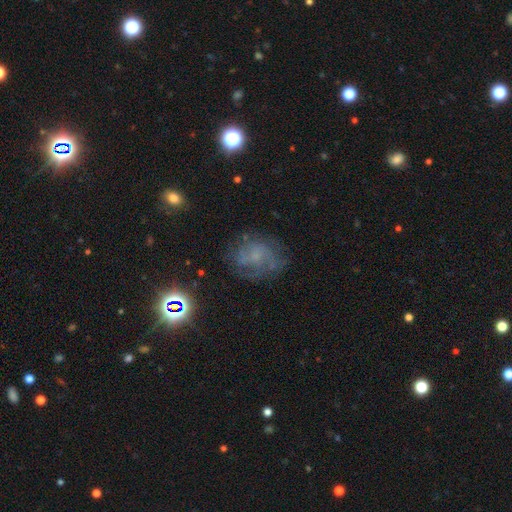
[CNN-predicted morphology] A featured or disk galaxy (54%) with no bar (76%), spiral arms (70%) and a small central bulge (41%).

Vote fractions:
- Smooth or featured? featured or disk: 54% / smooth: 26% / star or artifact: 20%
- Edge-on disk? no: 97% / yes: 3%
- Bar? no: 76% / weak: 20% / strong: 3%
- Spiral arms? yes: 70% / no: 30%
- Bulge size? small: 41% / none: 40% / moderate: 16% / large: 3% / dominant: 1%
- Merging? none: 62% / minor disturbance: 20% / major disturbance: 16% / merger: 2%